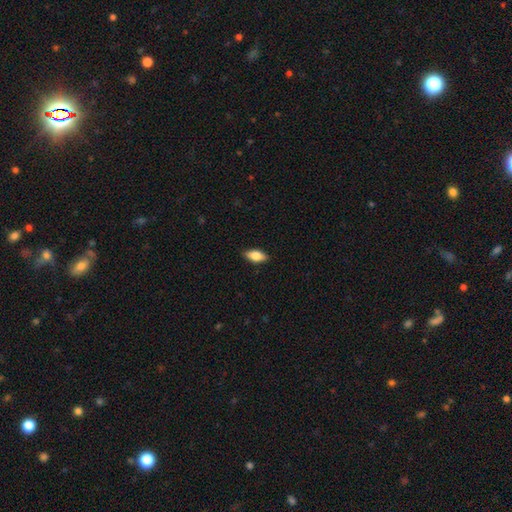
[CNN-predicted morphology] A smooth galaxy with no disk features (74%) that is in between round and cigar-shaped (85%).

Vote fractions:
- Smooth or featured? smooth: 74% / featured or disk: 19% / star or artifact: 7%
- How rounded? in between: 85% / cigar-shaped: 11% / round: 3%
- Merging? none: 87% / minor disturbance: 10% / major disturbance: 2% / merger: 1%